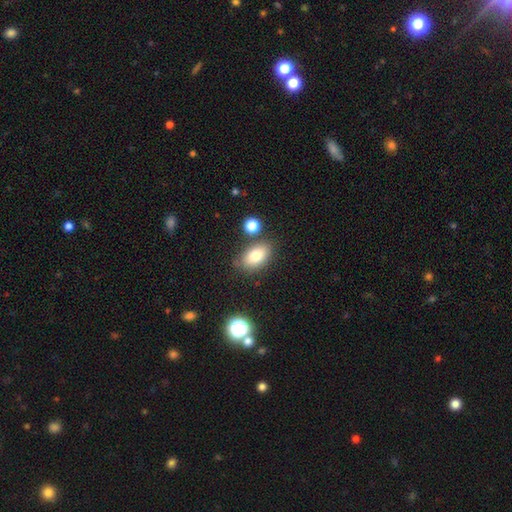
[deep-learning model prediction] Morphology: type=smooth (79%); roundness=in between (89%); merging=none (73%).